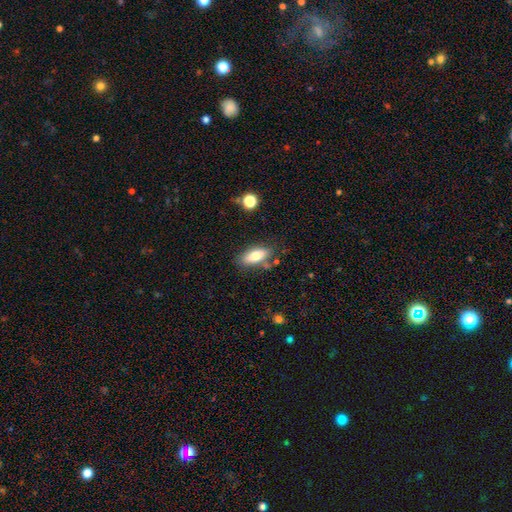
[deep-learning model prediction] Smooth or featured: smooth — 73% (featured or disk — 19%)
How rounded: in between — 79% (cigar-shaped — 18%)
Merging: none — 75% (minor disturbance — 15%)